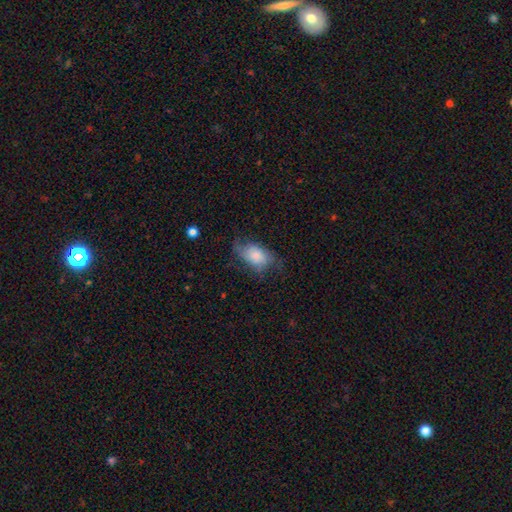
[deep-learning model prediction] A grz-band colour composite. It shows a smooth galaxy with no disk features (65%) that is in between round and cigar-shaped (89%). Merging: none (46%).